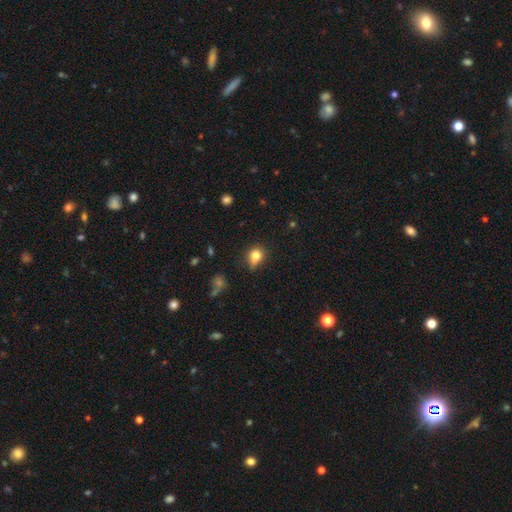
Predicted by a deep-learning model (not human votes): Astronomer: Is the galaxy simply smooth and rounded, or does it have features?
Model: smooth — 79%.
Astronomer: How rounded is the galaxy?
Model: round — 61% (runner-up: in between, 37%).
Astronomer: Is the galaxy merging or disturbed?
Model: none — 53% (runner-up: minor disturbance, 31%).